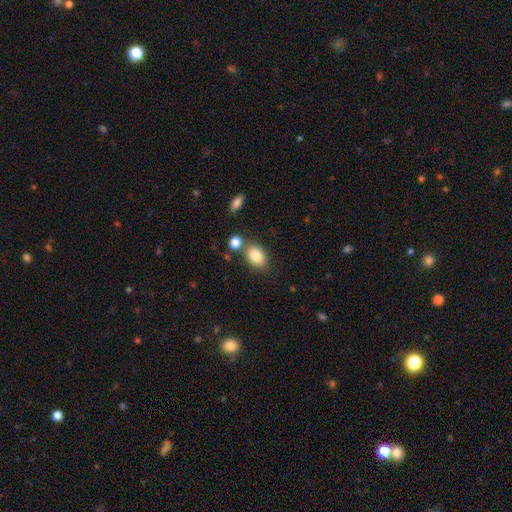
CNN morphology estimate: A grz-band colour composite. It shows a smooth galaxy with no disk features (83%) that is in between round and cigar-shaped (82%). Merging: none (69%).